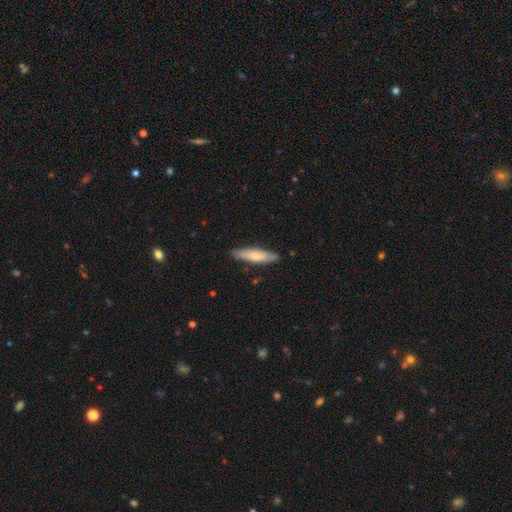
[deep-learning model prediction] Smooth or featured?
  - smooth: 68% *
  - featured or disk: 27%
  - star or artifact: 5%
How rounded?
  - cigar-shaped: 71% *
  - in between: 27%
  - round: 1%
Merging?
  - none: 85% *
  - minor disturbance: 12%
  - major disturbance: 2%
  - merger: 1%